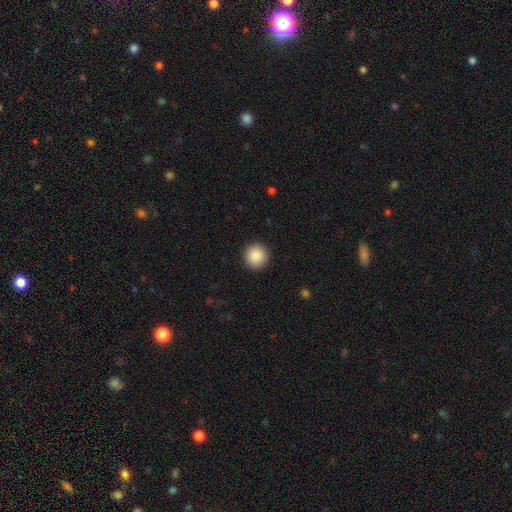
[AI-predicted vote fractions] smooth 89%, star or artifact 8%, featured or disk 3%. Down the decision tree: how rounded — round (93%); merging — none (92%).